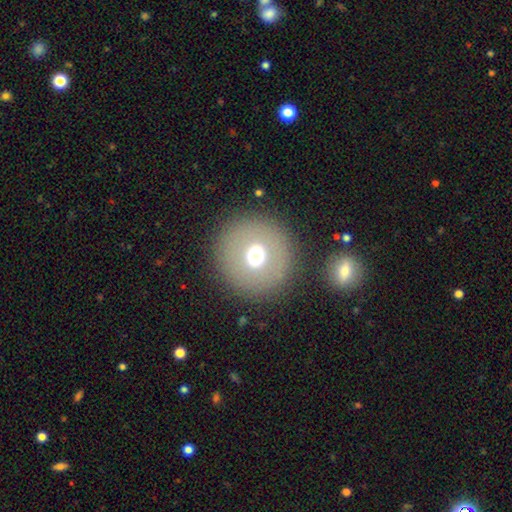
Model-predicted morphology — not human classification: Smooth or featured: smooth — 60% (featured or disk — 25%)
How rounded: round — 94% (in between — 5%)
Merging: none — 87% (minor disturbance — 7%)